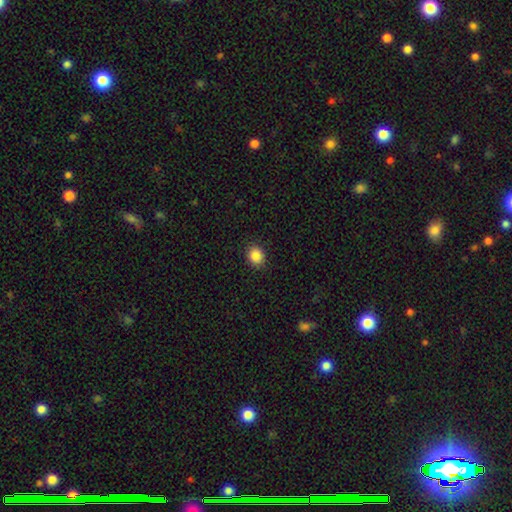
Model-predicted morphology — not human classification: Overall: smooth (87%). How rounded: round (71%). Merging: none (90%).